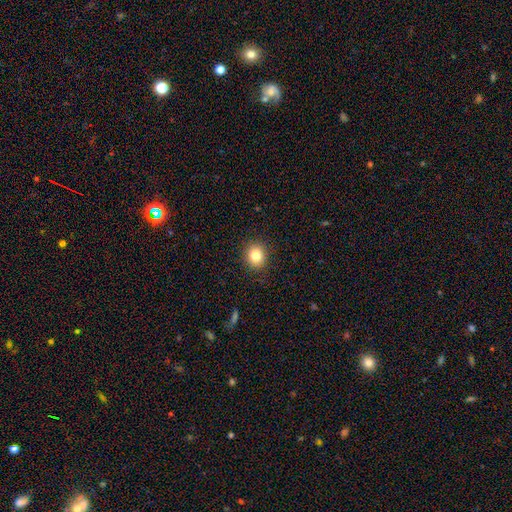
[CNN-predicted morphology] smooth 82%, star or artifact 11%, featured or disk 7%. Down the decision tree: how rounded — round (81%); merging — none (90%).